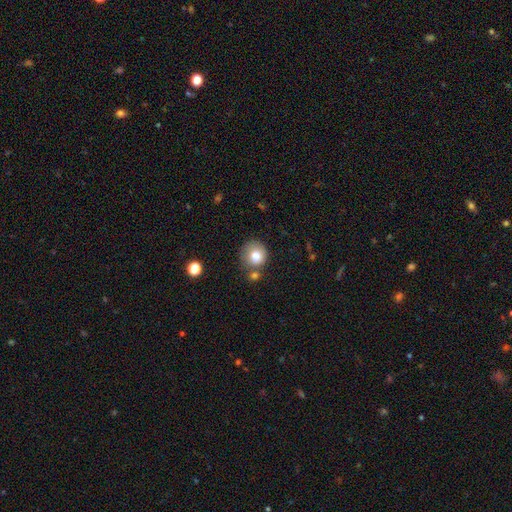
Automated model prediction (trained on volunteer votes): Smooth or featured: smooth — 77% (featured or disk — 13%)
How rounded: round — 90% (in between — 9%)
Merging: none — 65% (merger — 17%)